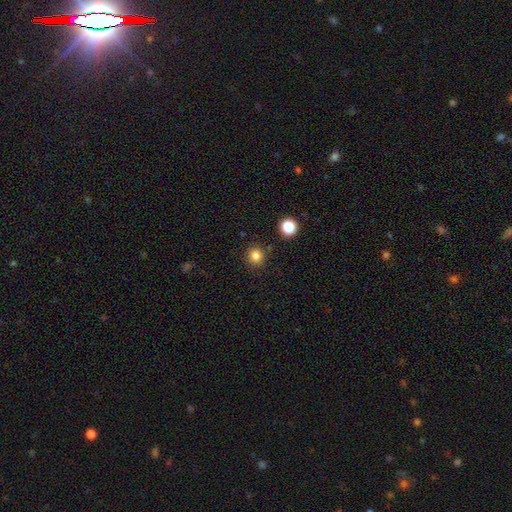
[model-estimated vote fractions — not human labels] Morphology: type=smooth (84%); roundness=round (93%); merging=none (90%).